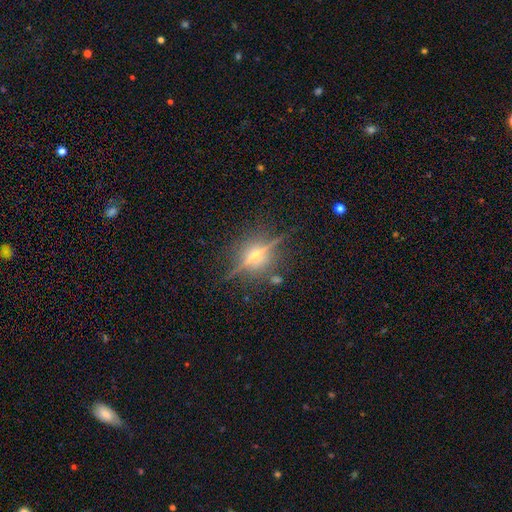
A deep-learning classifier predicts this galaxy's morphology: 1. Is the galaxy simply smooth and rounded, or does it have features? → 72% featured or disk, 16% star or artifact, 12% smooth.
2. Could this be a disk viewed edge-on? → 92% yes, 8% no.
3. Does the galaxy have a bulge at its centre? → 94% rounded, 4% boxy, 3% none.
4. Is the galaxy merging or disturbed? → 84% none, 11% minor disturbance, 4% major disturbance, 2% merger.